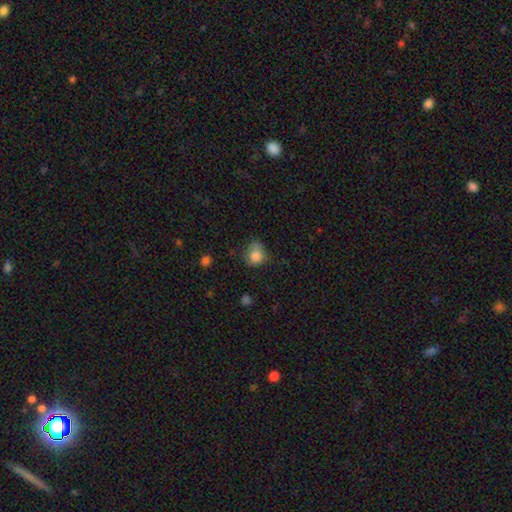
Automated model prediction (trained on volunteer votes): This is clearly a smooth galaxy (83%). How rounded: likely round (61%). Merging: possibly none (50%).